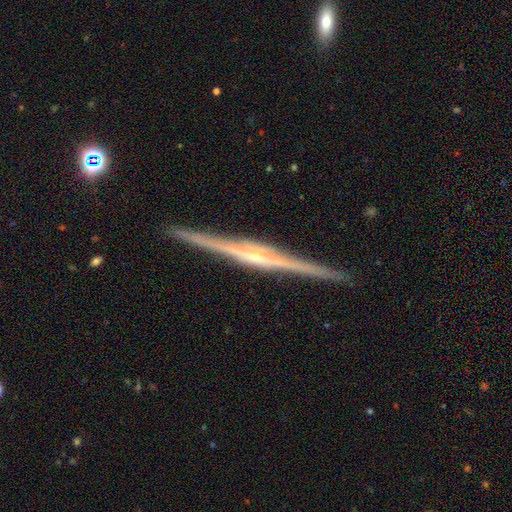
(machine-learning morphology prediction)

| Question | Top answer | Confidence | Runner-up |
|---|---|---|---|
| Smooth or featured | featured or disk | 90% | smooth (6%) |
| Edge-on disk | yes | 99% | no (1%) |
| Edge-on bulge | rounded | 64% | boxy (23%) |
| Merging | none | 92% | minor disturbance (5%) |